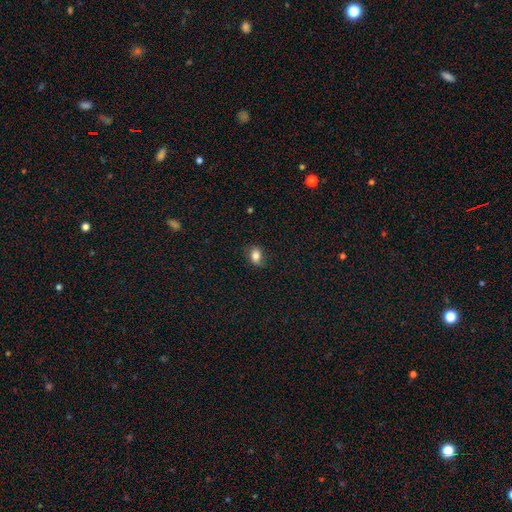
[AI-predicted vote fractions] Overall: smooth (79%). How rounded: in between (69%; round 29%). Merging: none (73%).